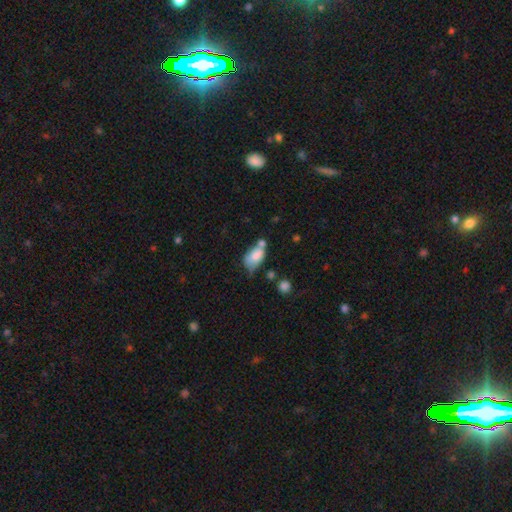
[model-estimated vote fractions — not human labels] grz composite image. It shows a smooth galaxy with no disk features (74%) that is in between round and cigar-shaped (88%). Merging: merger (31%).